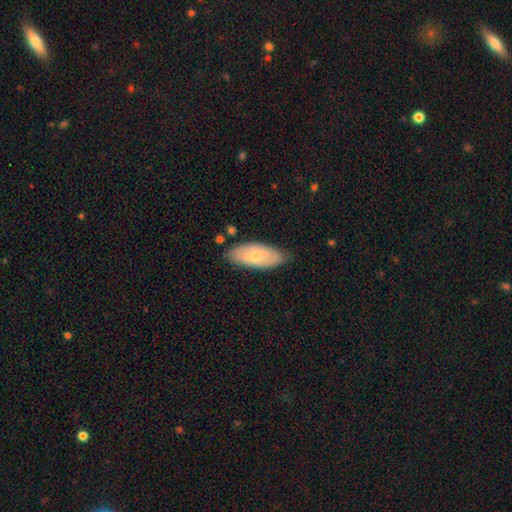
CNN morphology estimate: The model was most divided on "smooth or featured": smooth: 56%, featured or disk: 38%, star or artifact: 6%. More confident: how rounded — in between (82%); merging — none (78%).